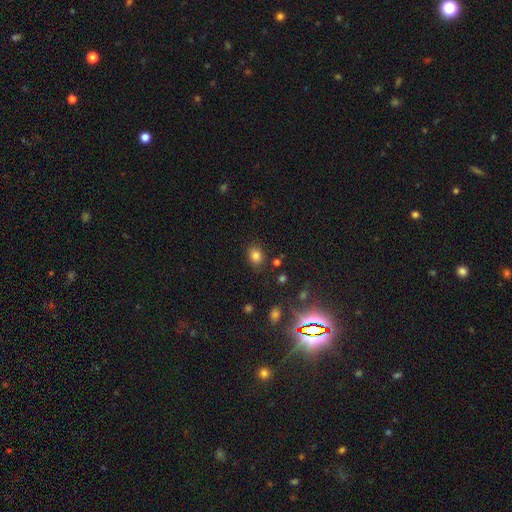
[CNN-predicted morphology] Overall: smooth (81%). How rounded: in between (52%; round 47%). Merging: none (81%).